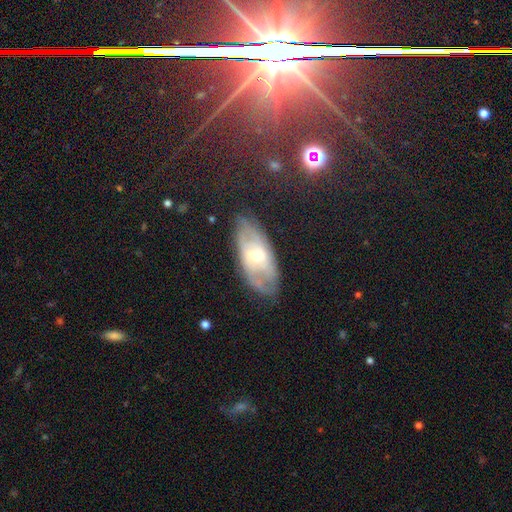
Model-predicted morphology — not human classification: Smooth or featured?
  - featured or disk: 64% *
  - smooth: 28%
  - star or artifact: 8%
Edge-on disk?
  - no: 85% *
  - yes: 15%
Bar?
  - no: 51% *
  - weak: 40%
  - strong: 9%
Spiral arms?
  - yes: 71% *
  - no: 29%
Bulge size?
  - moderate: 64% *
  - small: 27%
  - large: 7%
  - none: 1%
  - dominant: 1%
Merging?
  - none: 72% *
  - minor disturbance: 20%
  - major disturbance: 6%
  - merger: 2%